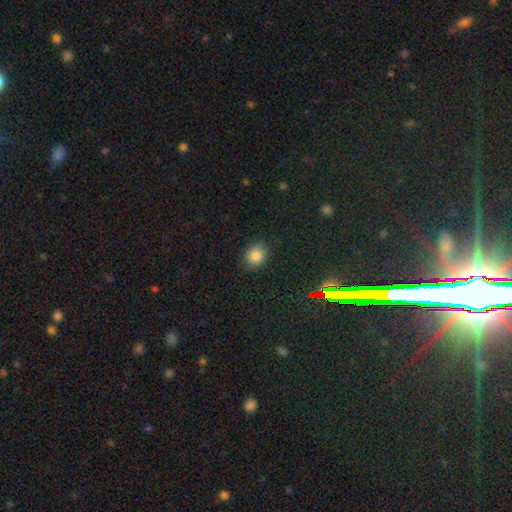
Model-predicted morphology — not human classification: smooth_or_featured: smooth (p=0.82) [alt: star or artifact p=0.12]
how_rounded: round (p=0.65) [alt: in between p=0.34]
merging: none (p=0.85) [alt: minor disturbance p=0.11]